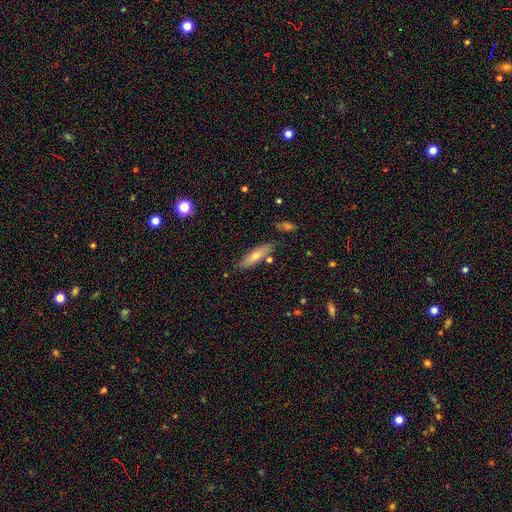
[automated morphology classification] smooth-or-featured: smooth: 62% | featured or disk: 30% | star or artifact: 8%
  how-rounded: cigar-shaped: 64% | in between: 34% | round: 2%
  merging: none: 82% | minor disturbance: 12% | merger: 4% | major disturbance: 2%